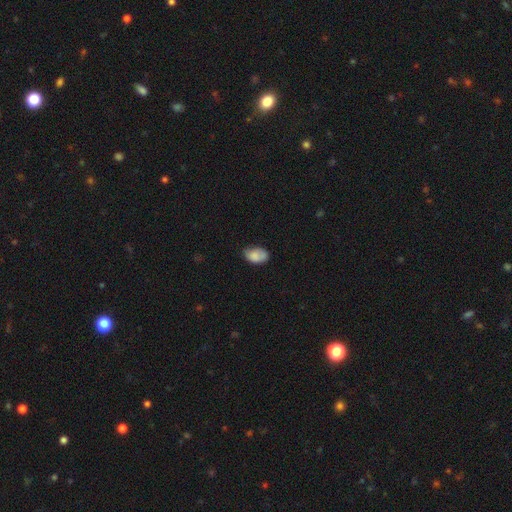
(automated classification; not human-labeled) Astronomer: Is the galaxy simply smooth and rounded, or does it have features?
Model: smooth — 82%.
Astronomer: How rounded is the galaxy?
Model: in between — 89%.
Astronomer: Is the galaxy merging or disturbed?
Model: none — 61%.